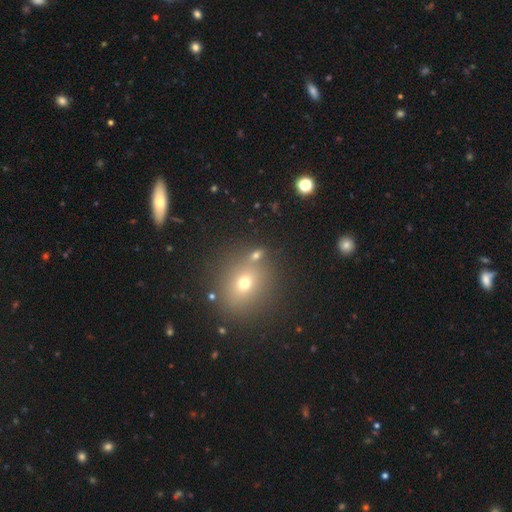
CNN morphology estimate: smooth-or-featured: smooth: 63% | star or artifact: 24% | featured or disk: 13%
  how-rounded: round: 56% | in between: 40% | cigar-shaped: 4%
  merging: none: 71% | merger: 15% | minor disturbance: 10% | major disturbance: 5%